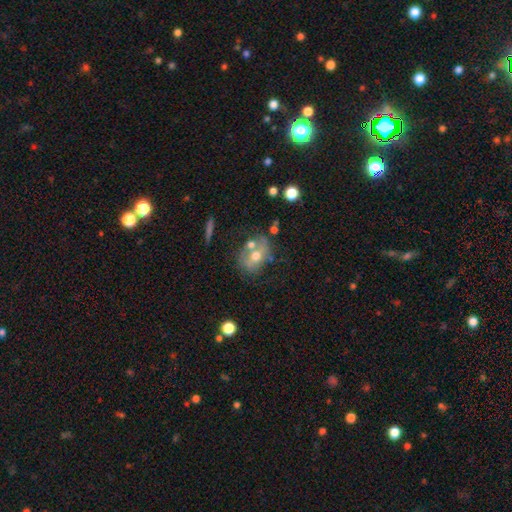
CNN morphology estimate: smooth_or_featured: smooth (p=0.46) [alt: featured or disk p=0.42]
merging: none (p=0.43) [alt: merger p=0.27]